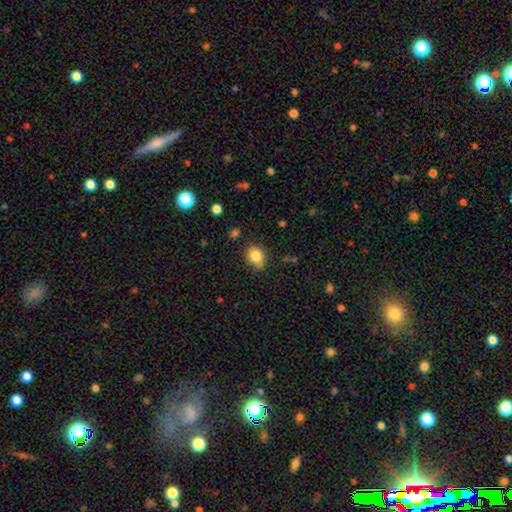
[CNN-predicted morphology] smooth-or-featured: smooth: 82% | star or artifact: 10% | featured or disk: 8%
  how-rounded: in between: 53% | round: 46% | cigar-shaped: 1%
  merging: none: 71% | minor disturbance: 22% | major disturbance: 4% | merger: 4%